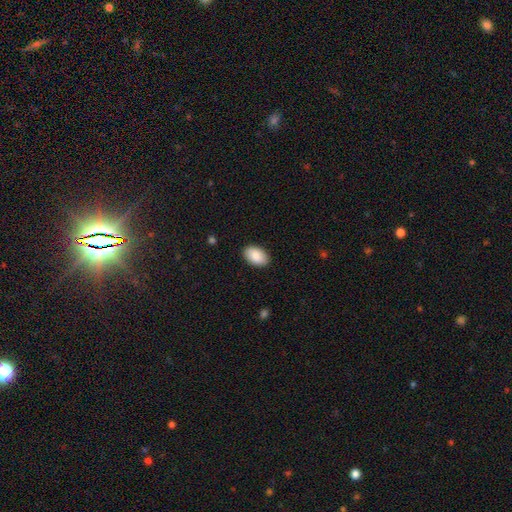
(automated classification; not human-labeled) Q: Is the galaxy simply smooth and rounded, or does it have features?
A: smooth — 89%.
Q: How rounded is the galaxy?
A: in between — 93%.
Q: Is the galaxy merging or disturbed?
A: none — 89%.